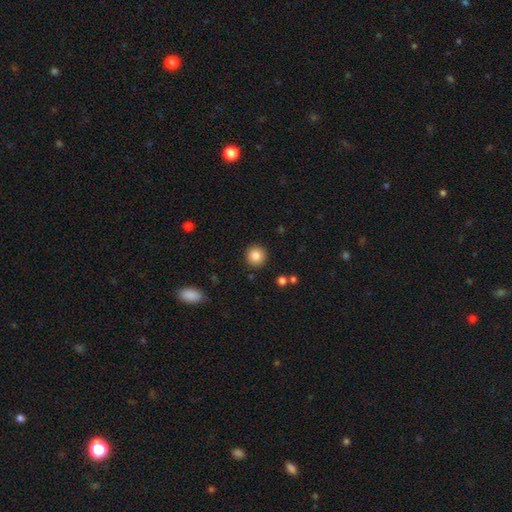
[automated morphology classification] Smooth or featured?
  - smooth: 85% *
  - star or artifact: 9%
  - featured or disk: 5%
How rounded?
  - round: 94% *
  - in between: 5%
  - cigar-shaped: 1%
Merging?
  - none: 90% *
  - minor disturbance: 6%
  - major disturbance: 2%
  - merger: 2%